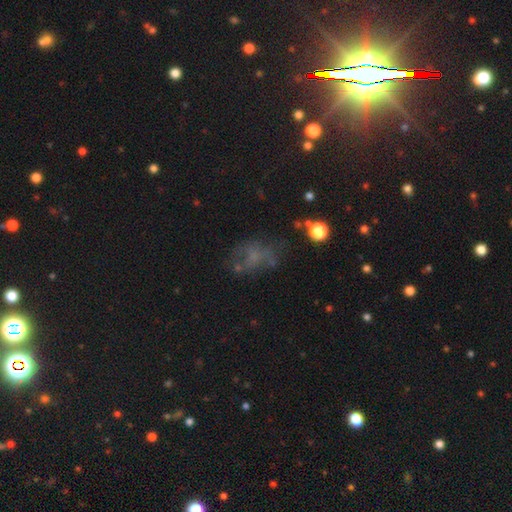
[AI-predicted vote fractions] smooth_or_featured: featured or disk (p=0.37) [tied with: smooth p=0.37]
merging: none (p=0.45) [alt: major disturbance p=0.27]